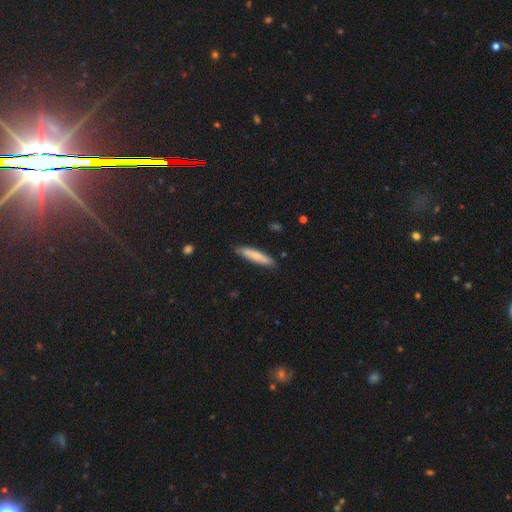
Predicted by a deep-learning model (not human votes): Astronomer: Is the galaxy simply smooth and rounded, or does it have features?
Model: smooth — 68%.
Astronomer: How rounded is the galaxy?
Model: cigar-shaped — 84%.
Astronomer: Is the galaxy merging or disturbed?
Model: none — 84%.